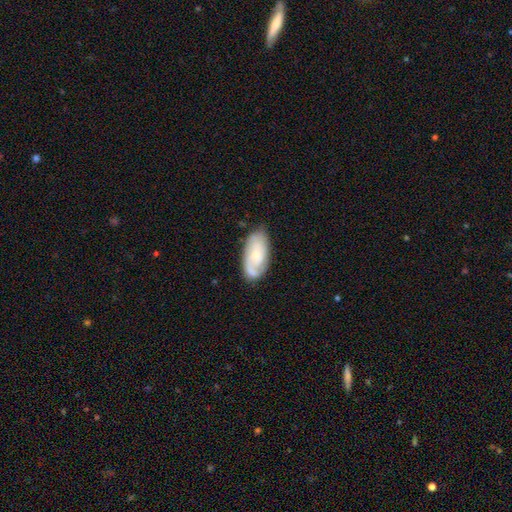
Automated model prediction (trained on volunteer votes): Overall: featured or disk (65%; smooth 29%). Edge-on disk: no (94%). Bar: no (68%). Spiral arms: yes (90%). Spiral arm count: 2 (46%; can't tell 25%). Spiral winding: tight (51%; medium 36%). Bulge size: small (65%; moderate 27%). Merging: none (73%).